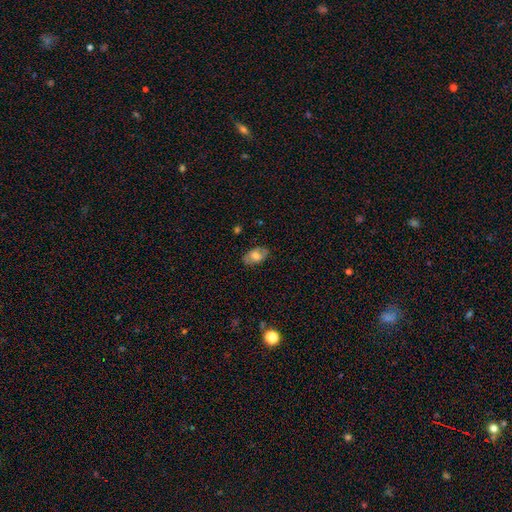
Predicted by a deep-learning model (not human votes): Overall: smooth (62%; featured or disk 30%). How rounded: in between (91%). Merging: none (80%).